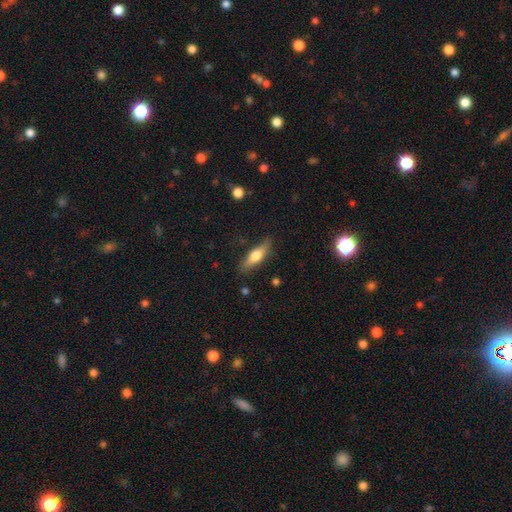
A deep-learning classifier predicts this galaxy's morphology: smooth_or_featured: smooth (p=0.56) [alt: featured or disk p=0.38]
how_rounded: cigar-shaped (p=0.57) [alt: in between p=0.40]
merging: none (p=0.81) [alt: minor disturbance p=0.14]